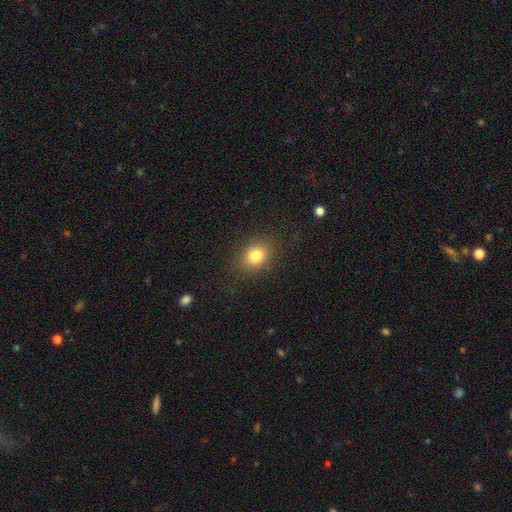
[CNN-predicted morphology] This is clearly a smooth galaxy (80%). How rounded: possibly in between (52%). Merging: clearly none (85%).